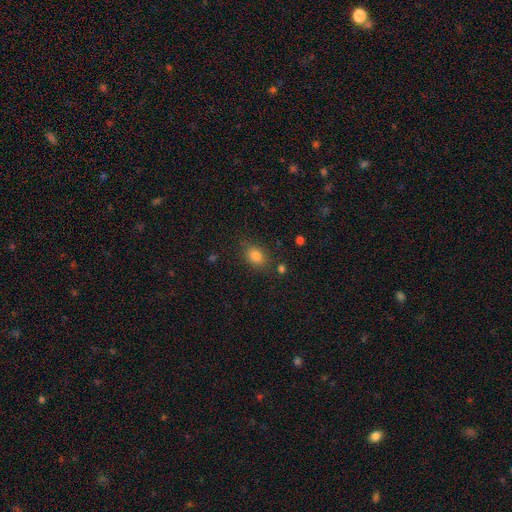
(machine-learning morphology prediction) smooth-or-featured: smooth: 82% | star or artifact: 12% | featured or disk: 6%
  how-rounded: in between: 63% | round: 35% | cigar-shaped: 2%
  merging: none: 78% | minor disturbance: 14% | major disturbance: 4% | merger: 3%